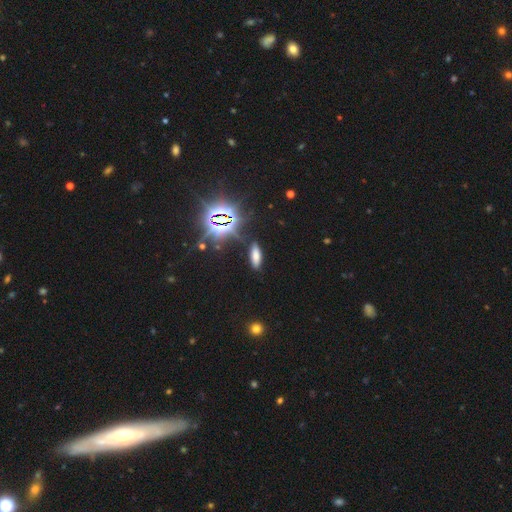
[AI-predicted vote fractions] Overall: smooth (59%; star or artifact 31%). How rounded: in between (58%; cigar-shaped 38%). Merging: none (85%).